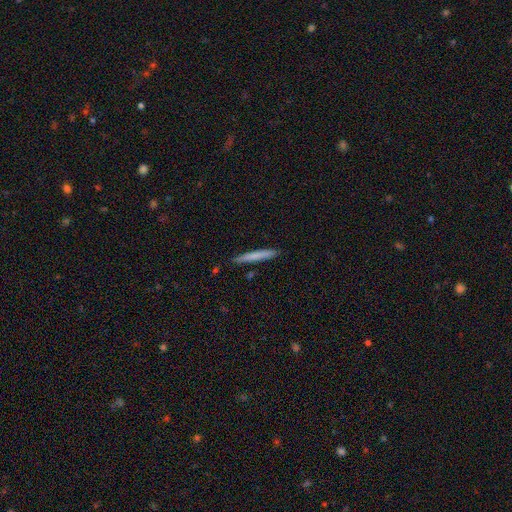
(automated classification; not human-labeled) This is likely a smooth galaxy (73%). How rounded: clearly cigar-shaped (96%). Merging: clearly none (89%).